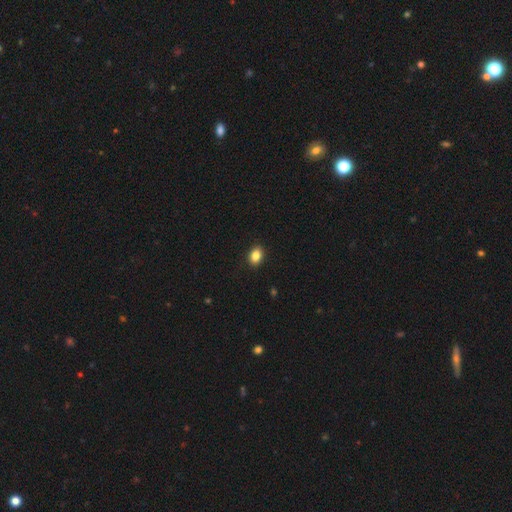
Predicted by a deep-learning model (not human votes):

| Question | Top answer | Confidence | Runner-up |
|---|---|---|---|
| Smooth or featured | smooth | 86% | star or artifact (9%) |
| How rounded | in between | 76% | round (22%) |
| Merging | none | 90% | minor disturbance (7%) |